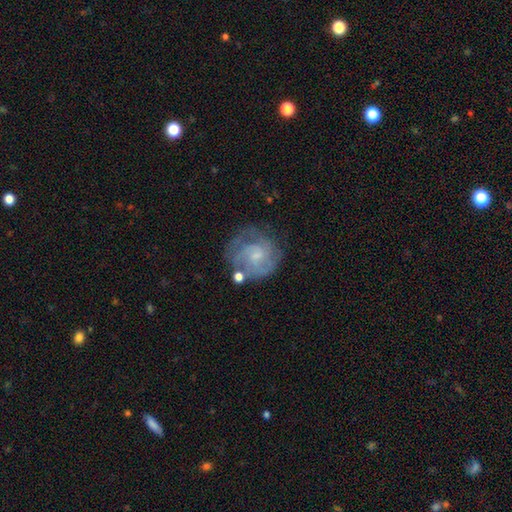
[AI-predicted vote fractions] Overall: featured or disk (72%). Edge-on disk: no (98%). Bar: no (60%; weak 36%). Spiral arms: yes (87%). Spiral arm count: can't tell (34%; 2 28%). Spiral winding: tight (54%; medium 35%). Bulge size: small (54%; moderate 26%). Merging: none (62%).